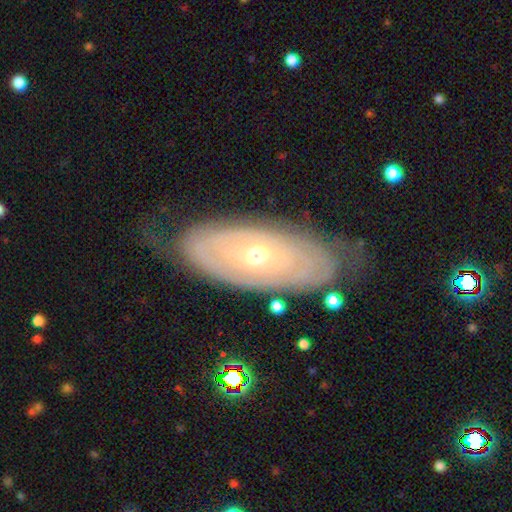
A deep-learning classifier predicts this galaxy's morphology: Overall: featured or disk (75%). Edge-on disk: no (87%). Bar: no (84%). Spiral arms: yes (64%; no 36%). Bulge size: small (48%, tied with moderate). Merging: none (73%).